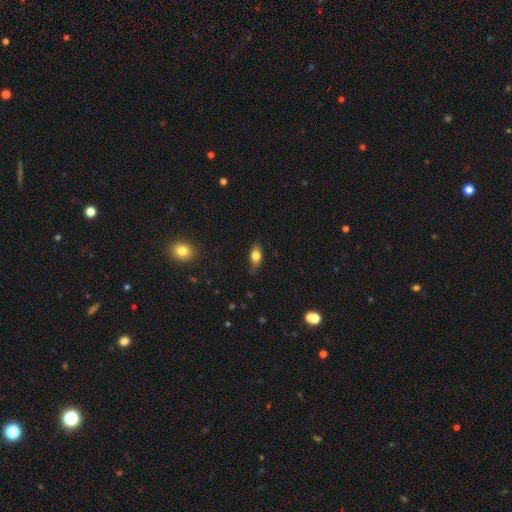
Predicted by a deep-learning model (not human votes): The model was most divided on "merging": none: 72%, minor disturbance: 22%, major disturbance: 5%, merger: 1%. More confident: how rounded — in between (77%); smooth or featured — smooth (73%).